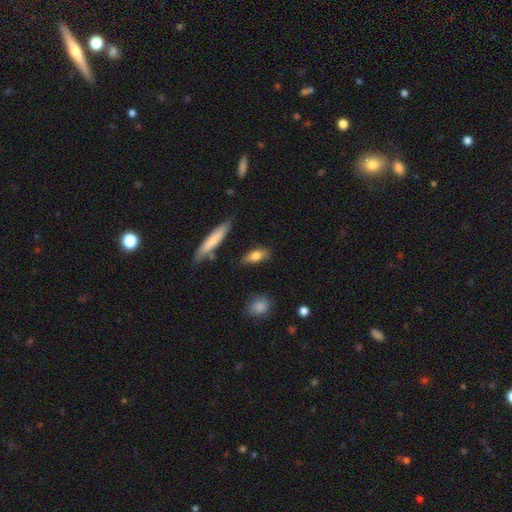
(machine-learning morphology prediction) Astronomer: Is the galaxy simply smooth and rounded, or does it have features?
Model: smooth — 72%.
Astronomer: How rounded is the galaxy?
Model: in between — 62%.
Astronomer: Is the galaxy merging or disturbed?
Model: none — 75%.